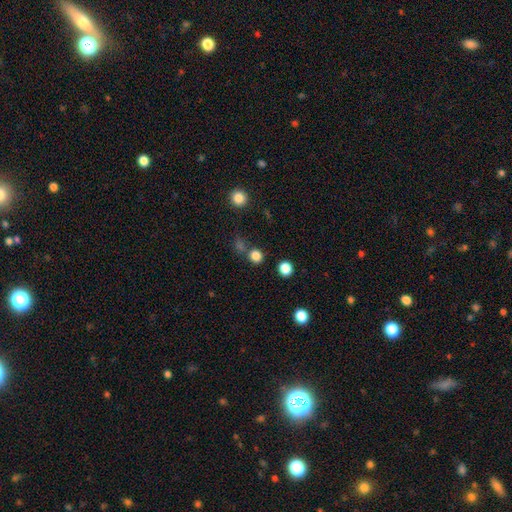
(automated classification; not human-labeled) smooth-or-featured: smooth: 80% | star or artifact: 16% | featured or disk: 4%
  how-rounded: round: 88% | in between: 11% | cigar-shaped: 1%
  merging: none: 73% | merger: 15% | minor disturbance: 8% | major disturbance: 4%